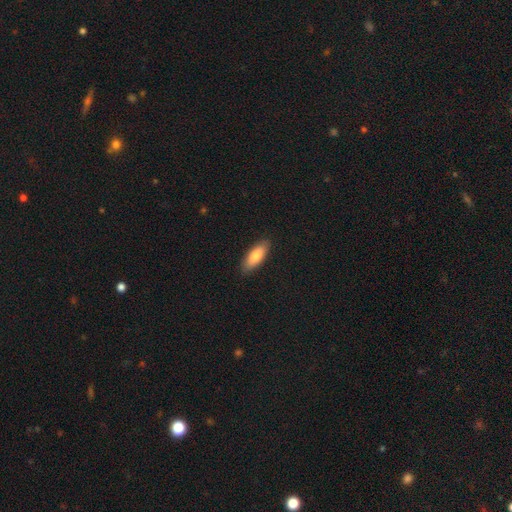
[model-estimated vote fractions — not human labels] This appears to be a smooth galaxy with no disk features (81%) that is in between round and cigar-shaped (70%). Merging: none (88%).